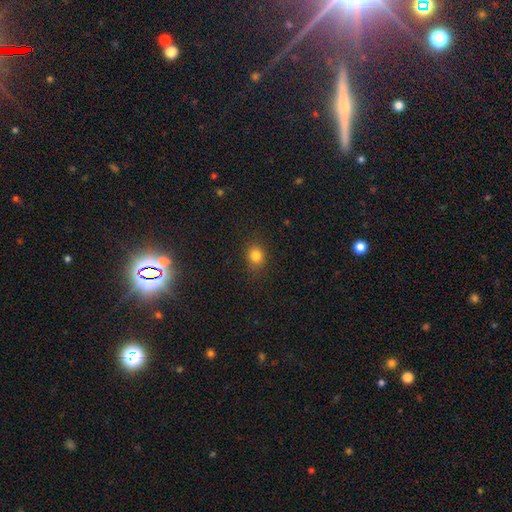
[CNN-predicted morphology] The model was most divided on "how rounded": round: 70%, in between: 29%, cigar-shaped: 1%. More confident: merging — none (83%); smooth or featured — smooth (81%).